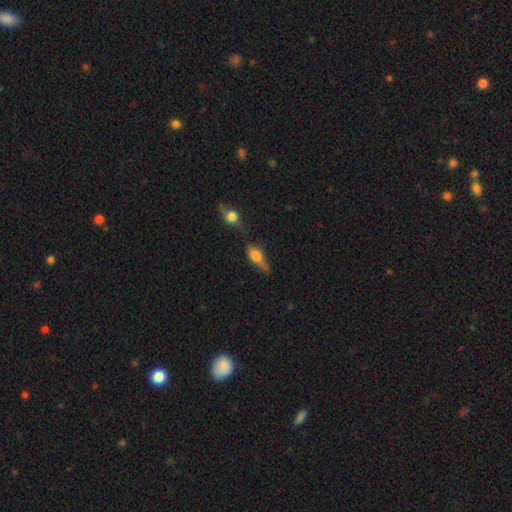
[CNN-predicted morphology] This is possibly a smooth galaxy (60%). How rounded: likely in between (67%). Merging: marginally none (35%).